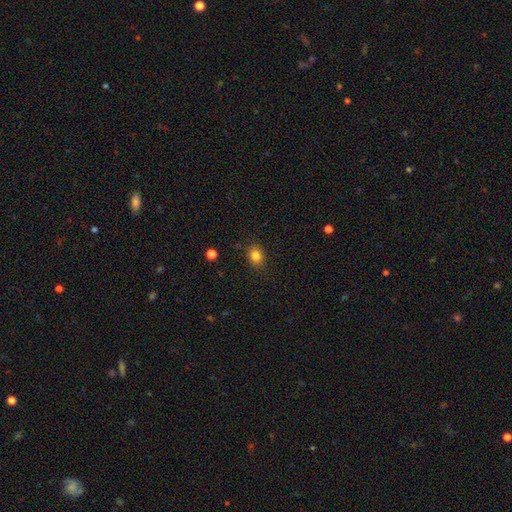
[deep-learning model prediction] A smooth galaxy with no disk features (82%) that is round (53%).

Vote fractions:
- Smooth or featured? smooth: 82% / star or artifact: 12% / featured or disk: 6%
- How rounded? round: 53% / in between: 46% / cigar-shaped: 1%
- Merging? none: 85% / minor disturbance: 11% / major disturbance: 3% / merger: 1%